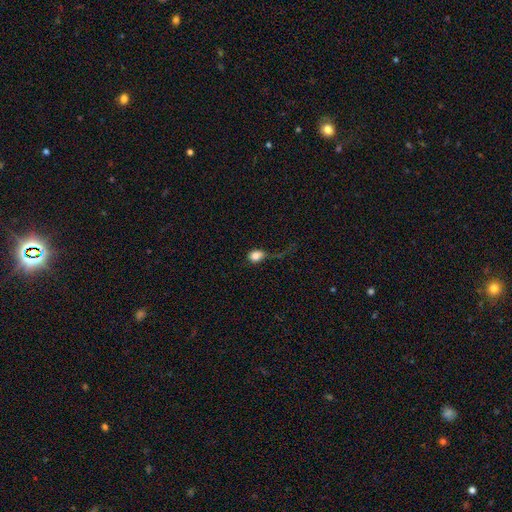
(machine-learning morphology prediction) Smooth or featured? Predicted: smooth (p=0.82). How rounded? Predicted: in between (p=0.55). Merging? Predicted: major disturbance (p=0.40).